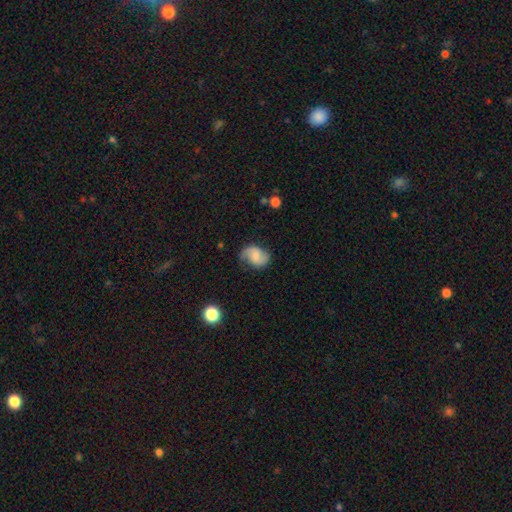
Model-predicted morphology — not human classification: Smooth or featured? featured or disk (53%)
Edge-on disk? no (97%)
Bar? no (47%)
Spiral arms? yes (90%)
Bulge size? small (32%)
Merging? none (64%)